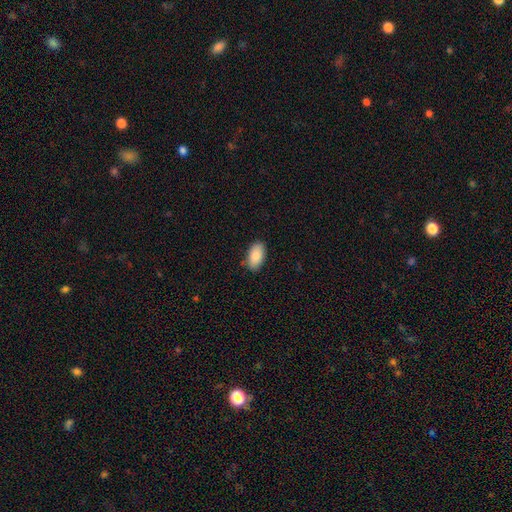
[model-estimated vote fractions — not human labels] This appears to be a smooth galaxy with no disk features (88%) that is in between round and cigar-shaped (95%). Merging: none (87%).